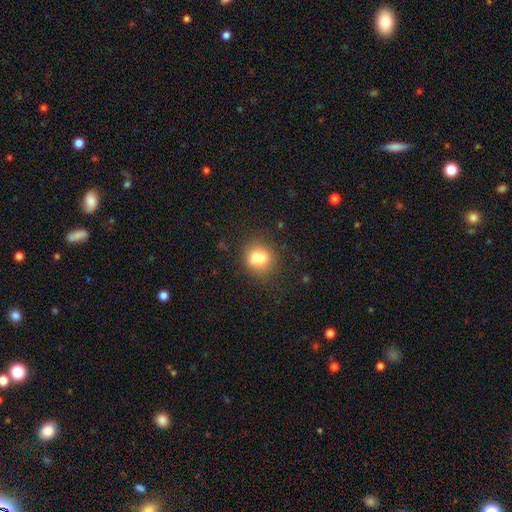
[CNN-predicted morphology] Overall: smooth (72%). How rounded: round (78%). Merging: none (55%; merger 21%).